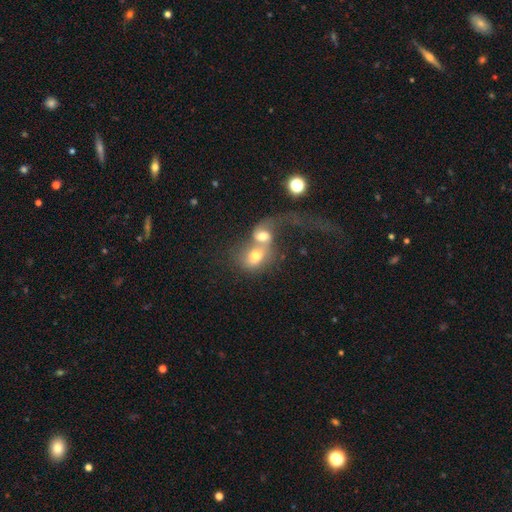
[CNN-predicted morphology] A smooth galaxy with no disk features (54%) that is round (53%). Merging: merger (78%).